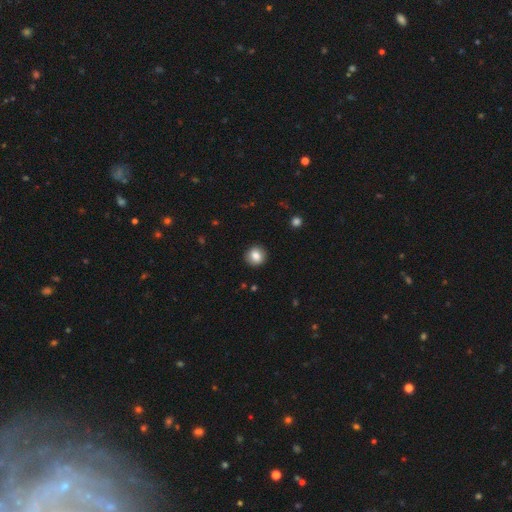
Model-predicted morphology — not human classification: Q: Smooth or featured?
A: smooth (84%); runner-up: star or artifact (9%)
Q: How rounded?
A: round (89%); runner-up: in between (10%)
Q: Merging?
A: none (91%); runner-up: minor disturbance (6%)